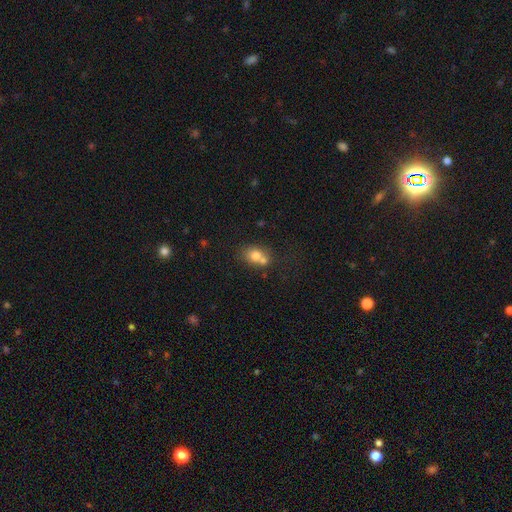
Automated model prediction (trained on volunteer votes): The model was most divided on "how rounded": round: 51%, in between: 48%, cigar-shaped: 1%. Remaining: smooth or featured — smooth (74%); merging — merger (45%).